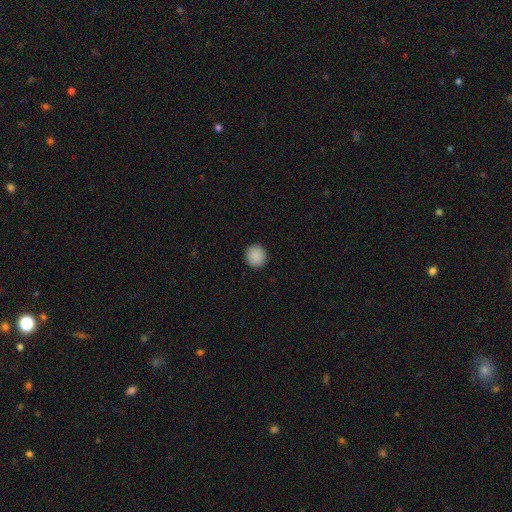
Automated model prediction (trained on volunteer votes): smooth 90%, star or artifact 8%, featured or disk 2%. Down the decision tree: how rounded — round (92%); merging — none (93%).